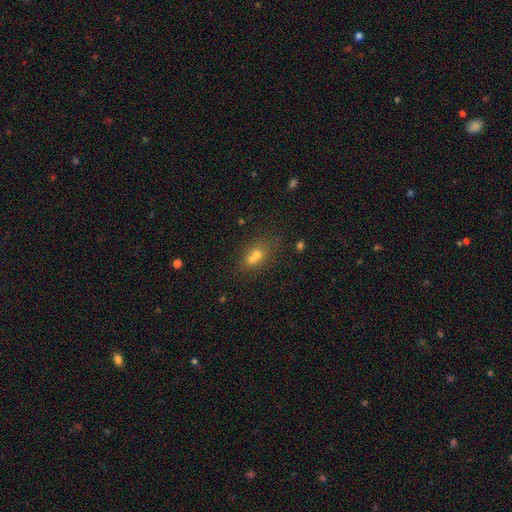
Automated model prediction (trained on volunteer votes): A smooth galaxy with no disk features (61%) that is round (55%).

Vote fractions:
- Smooth or featured? smooth: 61% / featured or disk: 20% / star or artifact: 20%
- How rounded? round: 55% / in between: 42% / cigar-shaped: 3%
- Merging? merger: 53% / none: 34% / minor disturbance: 8% / major disturbance: 4%